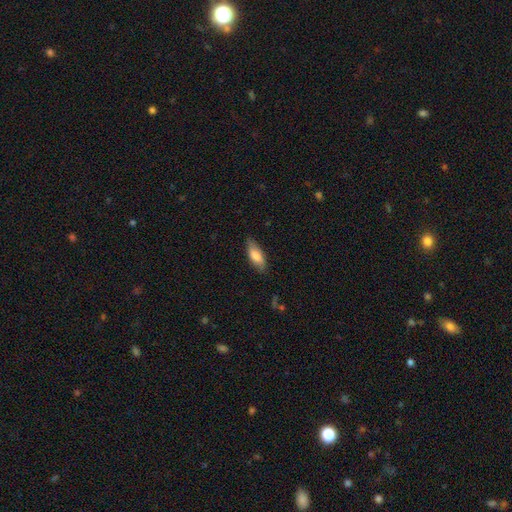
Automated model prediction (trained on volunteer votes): Smooth or featured? smooth (78%)
How rounded? in between (76%)
Merging? none (82%)